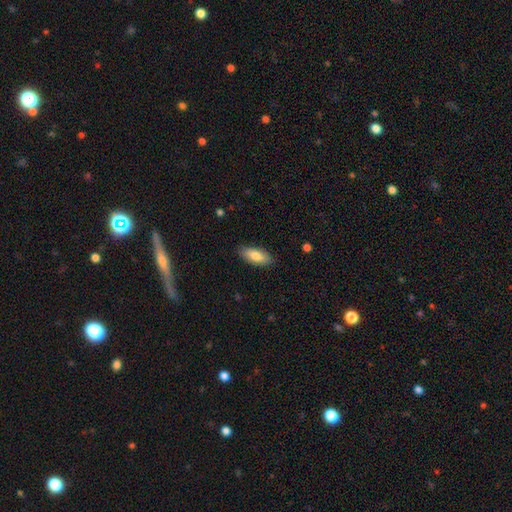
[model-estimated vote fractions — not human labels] smooth-or-featured: smooth: 83% | featured or disk: 12% | star or artifact: 6%
  how-rounded: in between: 83% | cigar-shaped: 15% | round: 2%
  merging: none: 86% | minor disturbance: 11% | major disturbance: 2% | merger: 1%